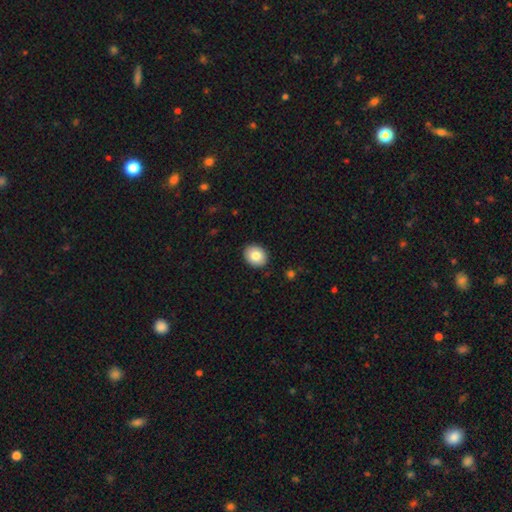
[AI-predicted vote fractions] smooth_or_featured: smooth (p=0.83) [alt: featured or disk p=0.09]
how_rounded: round (p=0.54) [alt: in between p=0.45]
merging: none (p=0.91) [alt: minor disturbance p=0.07]